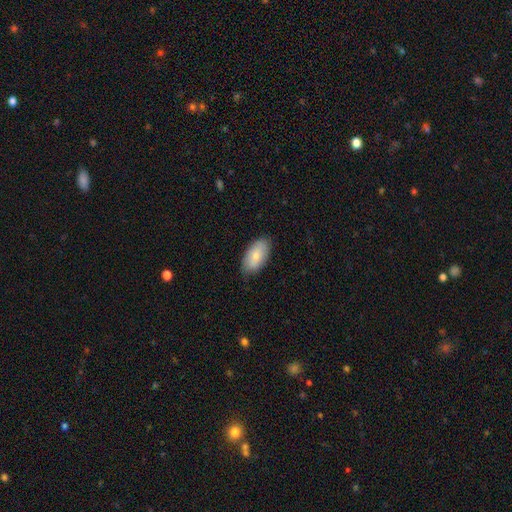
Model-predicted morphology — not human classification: Q: Smooth or featured?
A: smooth (80%); runner-up: featured or disk (14%)
Q: How rounded?
A: in between (95%); runner-up: round (3%)
Q: Merging?
A: none (80%); runner-up: minor disturbance (16%)